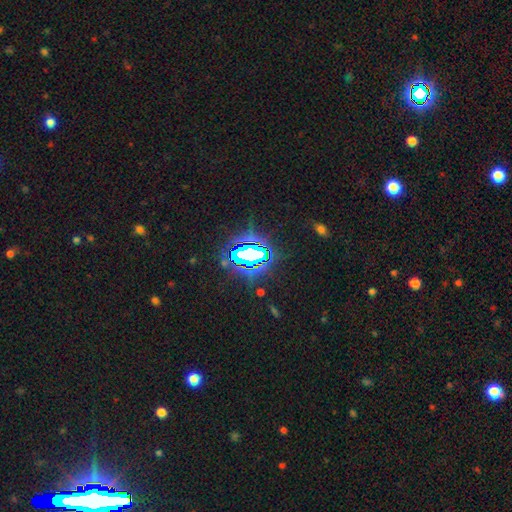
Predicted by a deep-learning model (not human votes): Smooth or featured: star or artifact — 72% (smooth — 16%)